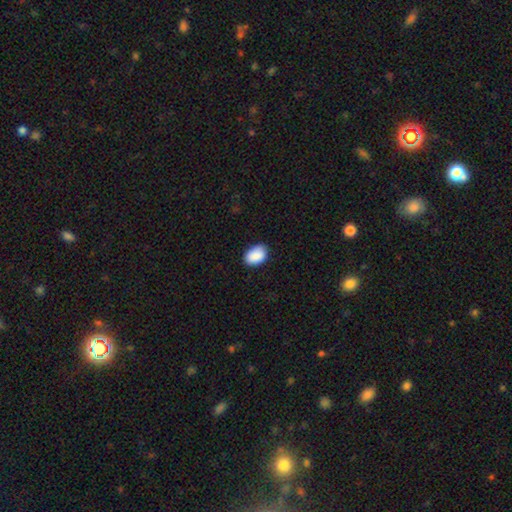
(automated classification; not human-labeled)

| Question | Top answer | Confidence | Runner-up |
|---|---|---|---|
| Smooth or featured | smooth | 90% | star or artifact (6%) |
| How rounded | in between | 86% | round (13%) |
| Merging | none | 82% | minor disturbance (14%) |